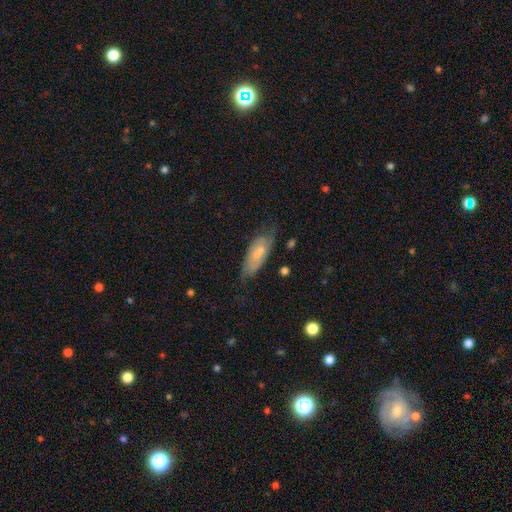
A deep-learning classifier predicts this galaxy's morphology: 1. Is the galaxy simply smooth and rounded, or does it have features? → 47% featured or disk, 46% smooth, 8% star or artifact.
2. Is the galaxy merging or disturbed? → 61% none, 27% minor disturbance, 10% major disturbance, 2% merger.